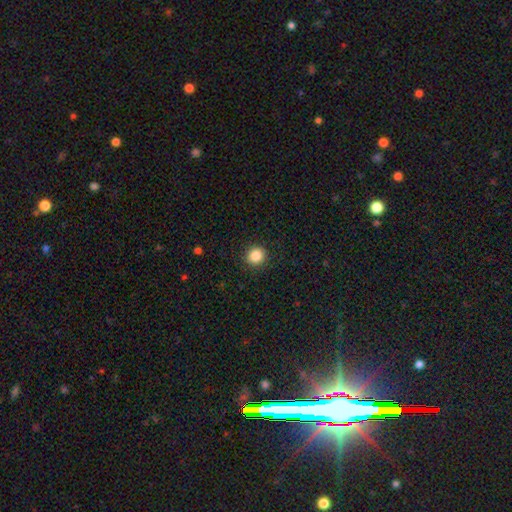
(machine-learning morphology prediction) Smooth or featured?
  - smooth: 86% *
  - star or artifact: 10%
  - featured or disk: 4%
How rounded?
  - round: 87% *
  - in between: 12%
  - cigar-shaped: 1%
Merging?
  - none: 91% *
  - minor disturbance: 6%
  - major disturbance: 2%
  - merger: 1%